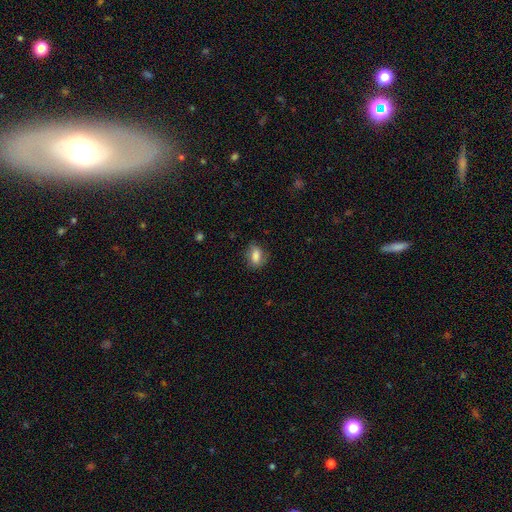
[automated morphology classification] Smooth or featured? Predicted: smooth (p=0.80). How rounded? Predicted: in between (p=0.79). Merging? Predicted: none (p=0.71).